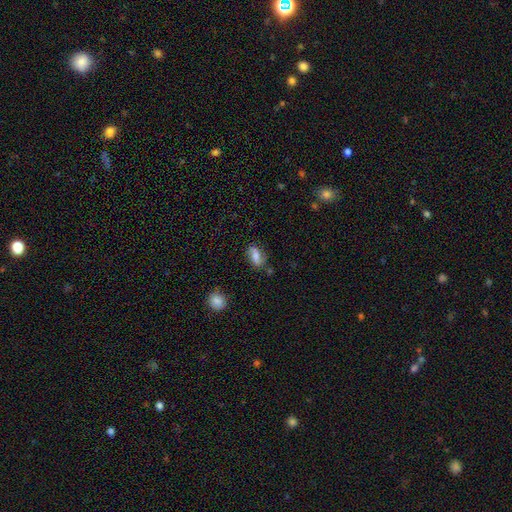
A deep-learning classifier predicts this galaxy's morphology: Smooth or featured? Predicted: featured or disk (p=0.45, tied with smooth). Merging? Predicted: none (p=0.71).